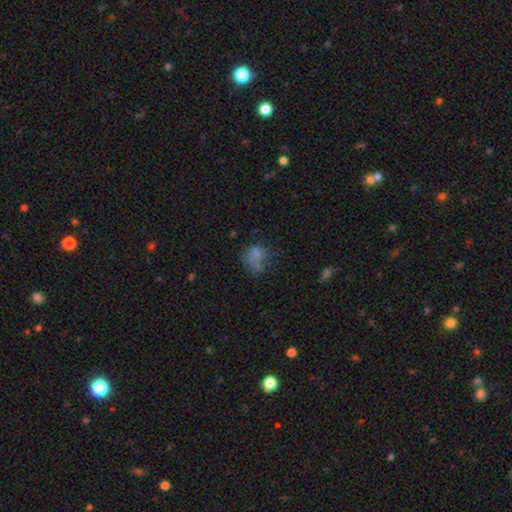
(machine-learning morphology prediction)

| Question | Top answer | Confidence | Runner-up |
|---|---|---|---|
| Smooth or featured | smooth | 62% | featured or disk (21%) |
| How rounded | round | 51% | in between (48%) |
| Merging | none | 40% | major disturbance (26%) |